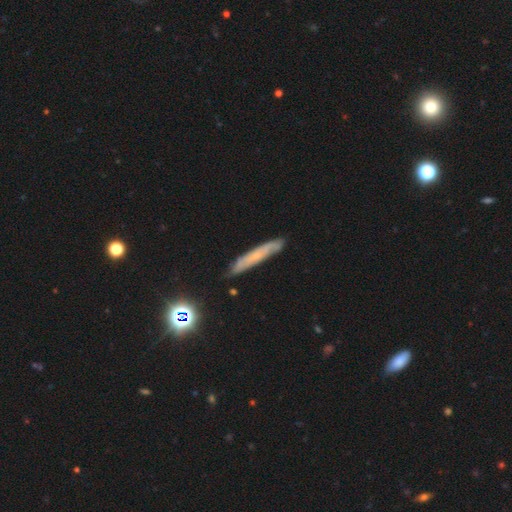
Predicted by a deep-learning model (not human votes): Overall: featured or disk (45%; smooth 44%). Merging: none (80%).